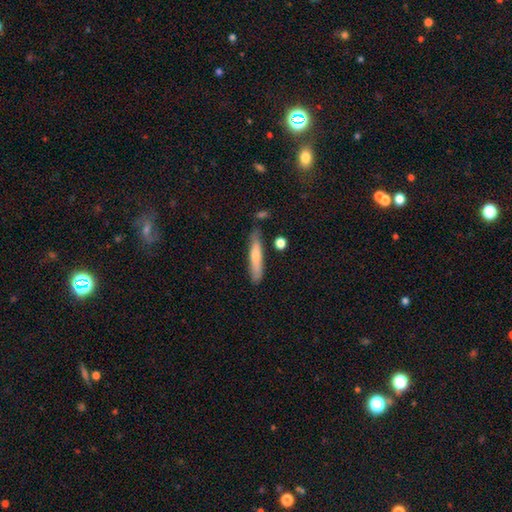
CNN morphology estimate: smooth_or_featured: smooth (p=0.64) [alt: featured or disk p=0.30]
how_rounded: cigar-shaped (p=0.89) [alt: in between p=0.10]
merging: none (p=0.77) [alt: minor disturbance p=0.15]